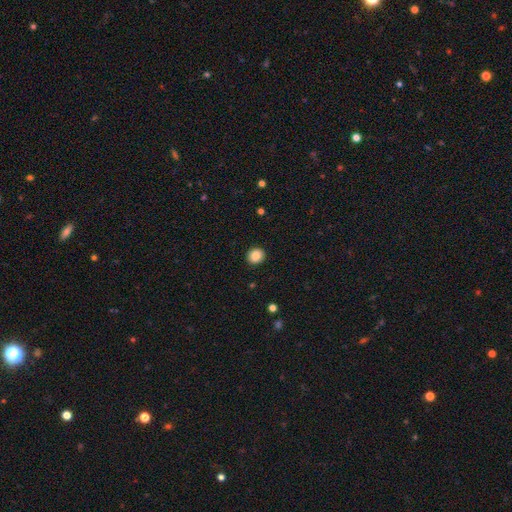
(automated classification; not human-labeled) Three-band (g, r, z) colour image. It shows a smooth galaxy with no disk features (87%) that is round (81%). Merging: none (92%).